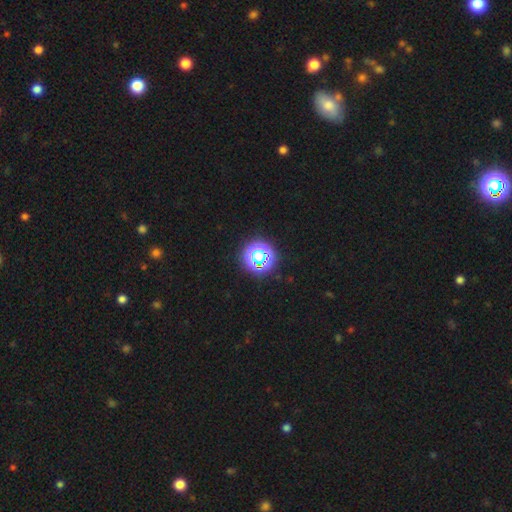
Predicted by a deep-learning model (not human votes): This appears to be a star or artifact, not a galaxy (57%).